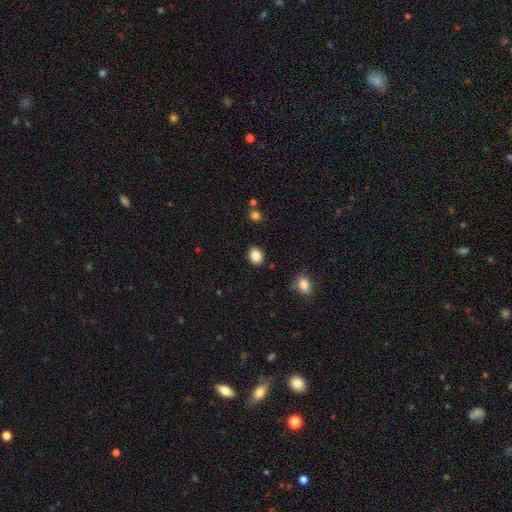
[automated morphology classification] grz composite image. It shows a smooth galaxy with no disk features (87%) that is round (51%). Merging: none (89%).